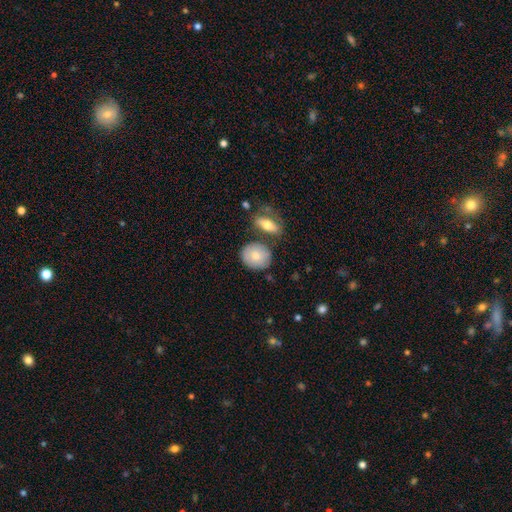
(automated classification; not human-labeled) smooth_or_featured: smooth (p=0.77) [alt: featured or disk p=0.17]
how_rounded: round (p=0.71) [alt: in between p=0.27]
merging: none (p=0.69) [alt: merger p=0.14]